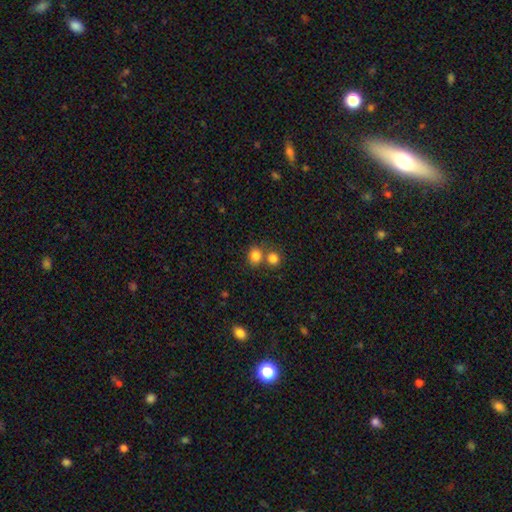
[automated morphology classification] The model was most divided on "merging": none: 50%, merger: 37%, minor disturbance: 9%, major disturbance: 4%. More confident: smooth or featured — smooth (82%); how rounded — round (60%).